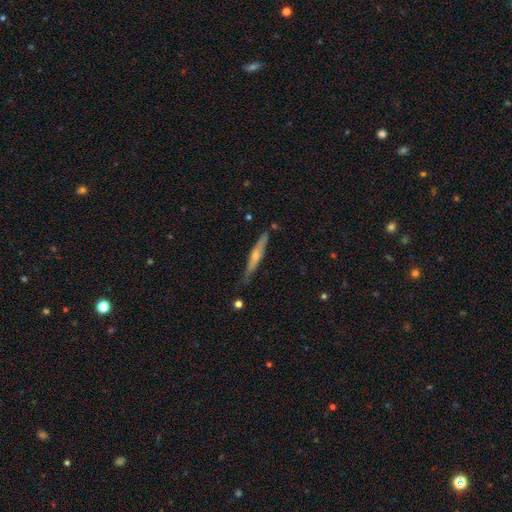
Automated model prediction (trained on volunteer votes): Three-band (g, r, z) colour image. It shows a featured or disk galaxy (55%) viewed edge-on (93%) with a rounded central bulge (66%). Merging: none (76%).